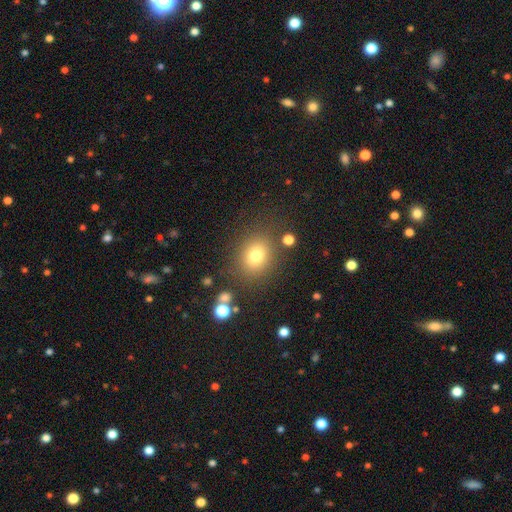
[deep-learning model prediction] A smooth galaxy with no disk features (76%) that is round (65%).

Vote fractions:
- Smooth or featured? smooth: 76% / star or artifact: 15% / featured or disk: 10%
- How rounded? round: 65% / in between: 34% / cigar-shaped: 1%
- Merging? none: 81% / minor disturbance: 10% / major disturbance: 5% / merger: 4%